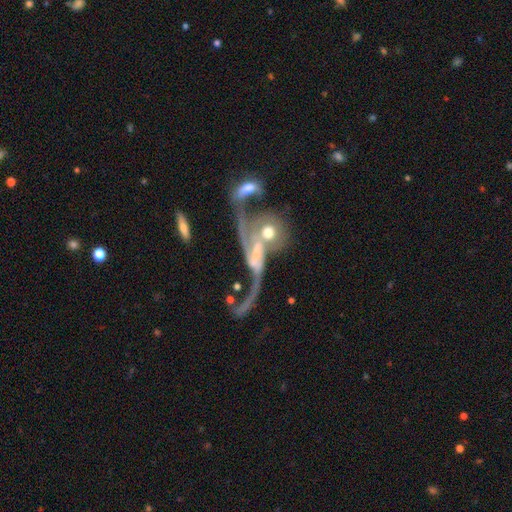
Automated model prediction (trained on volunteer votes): Q: Smooth or featured?
A: featured or disk (70%); runner-up: smooth (20%)
Q: Edge-on disk?
A: no (91%); runner-up: yes (9%)
Q: Bar?
A: no (57%); runner-up: weak (26%)
Q: Spiral arms?
A: yes (73%); runner-up: no (27%)
Q: Bulge size?
A: small (31%); runner-up: moderate (29%)
Q: Merging?
A: merger (57%); runner-up: major disturbance (22%)